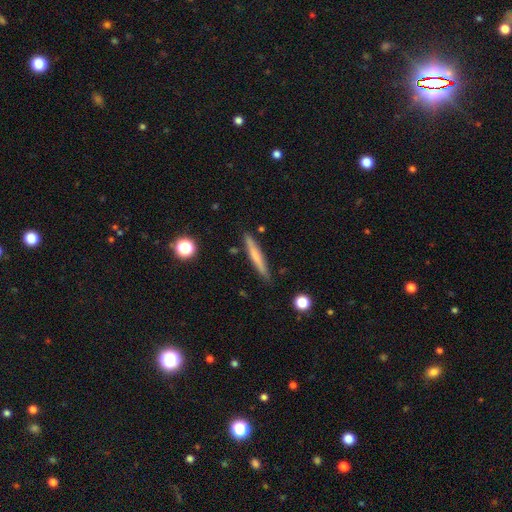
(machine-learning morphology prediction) smooth 61%, featured or disk 33%, star or artifact 6%. Down the decision tree: how rounded — cigar-shaped (95%); merging — none (88%).